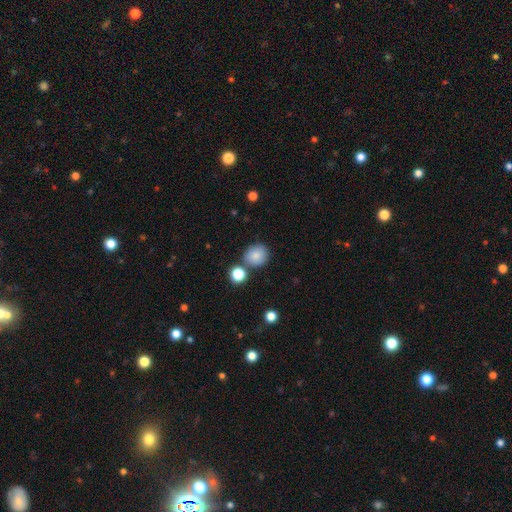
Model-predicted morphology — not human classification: A smooth galaxy with no disk features (84%) that is round (84%). Merging: none (75%).